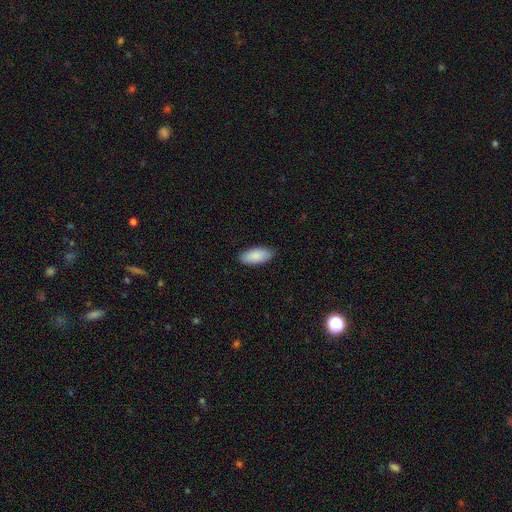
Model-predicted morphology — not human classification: Smooth or featured: smooth — 89% (featured or disk — 6%)
How rounded: in between — 89% (cigar-shaped — 9%)
Merging: none — 86% (minor disturbance — 11%)